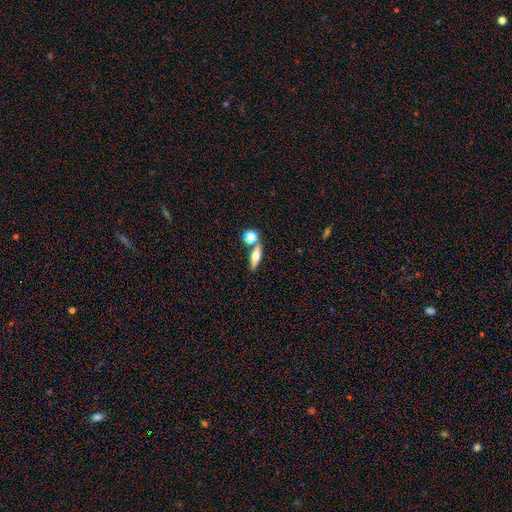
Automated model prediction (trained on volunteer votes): A smooth galaxy with no disk features (48%). Merging: none (69%).